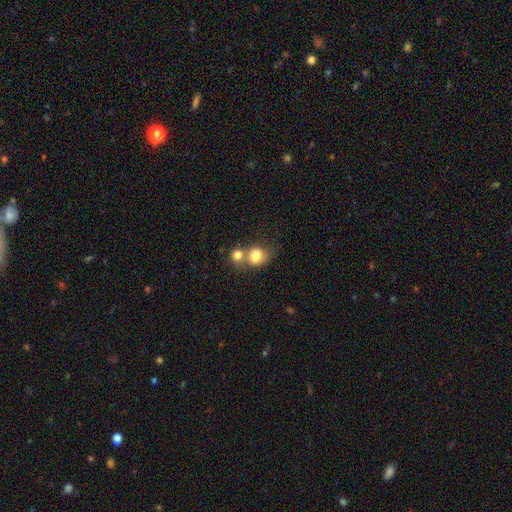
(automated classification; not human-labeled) This appears to be a smooth galaxy with no disk features (77%) that is round (64%). Merging: merger (59%).